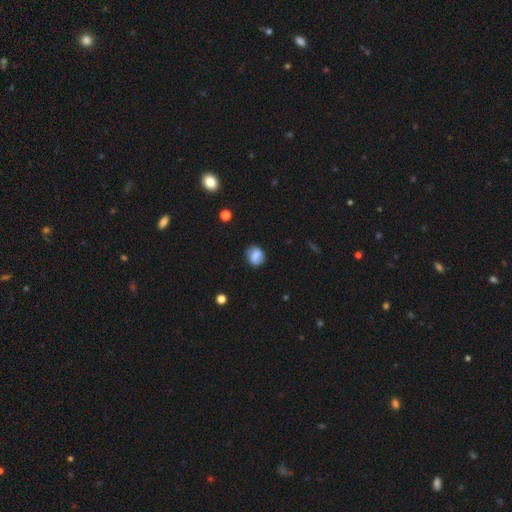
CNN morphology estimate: A smooth galaxy with no disk features (75%) that is round (66%). Merging: none (73%).